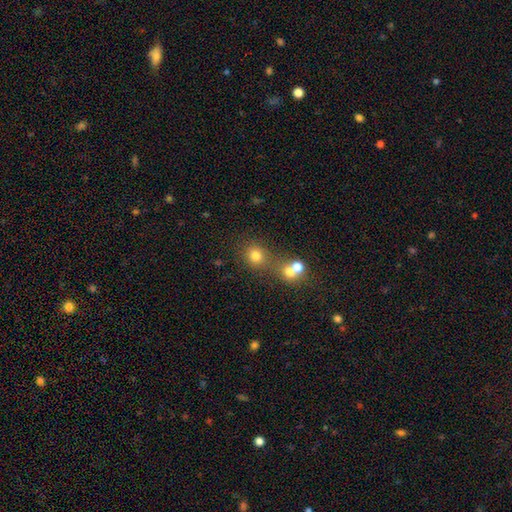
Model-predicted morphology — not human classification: A smooth galaxy with no disk features (76%) that is round (84%). Merging: none (60%).